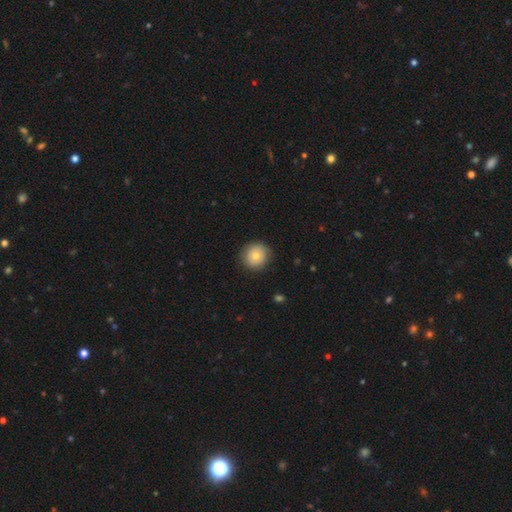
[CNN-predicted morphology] A smooth galaxy with no disk features (65%) that is round (91%).

Vote fractions:
- Smooth or featured? smooth: 65% / featured or disk: 28% / star or artifact: 8%
- How rounded? round: 91% / in between: 8% / cigar-shaped: 1%
- Merging? none: 84% / minor disturbance: 12% / major disturbance: 3% / merger: 1%